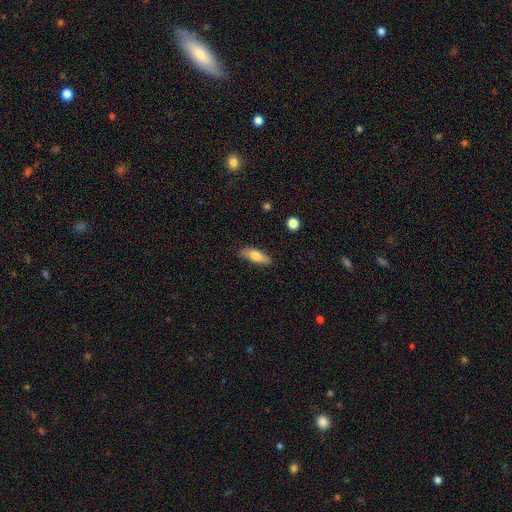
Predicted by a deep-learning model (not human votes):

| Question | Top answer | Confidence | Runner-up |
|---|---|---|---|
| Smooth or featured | smooth | 76% | featured or disk (17%) |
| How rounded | in between | 67% | cigar-shaped (31%) |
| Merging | none | 81% | minor disturbance (15%) |